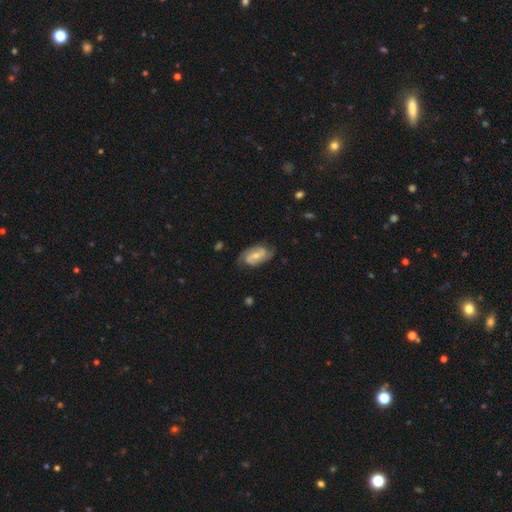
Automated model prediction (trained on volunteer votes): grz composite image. It shows a featured or disk galaxy (73%) with a weak bar (44%), 2 (83%) medium (44%) spiral arms (91%) and a moderate central bulge (51%). Merging: none (74%).